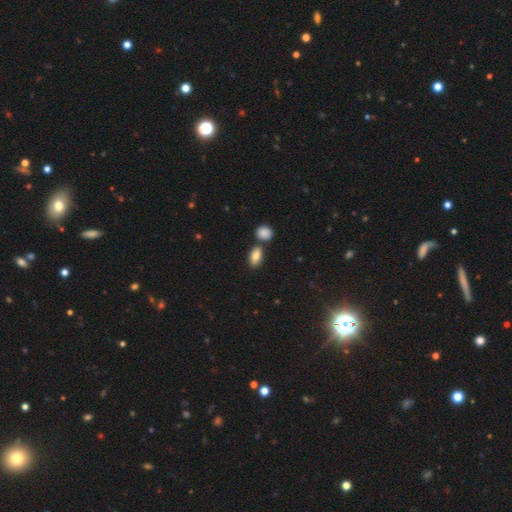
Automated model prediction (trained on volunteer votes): A smooth galaxy with no disk features (83%) that is in between round and cigar-shaped (88%). Merging: none (68%).